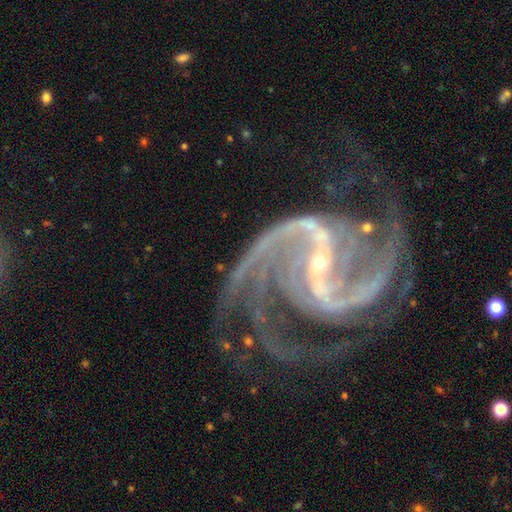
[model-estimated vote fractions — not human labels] Smooth or featured: featured or disk — 94% (star or artifact — 5%)
Edge-on disk: no — 98% (yes — 2%)
Bar: strong — 65% (weak — 24%)
Spiral arms: yes — 99% (no — 1%)
Spiral winding: medium — 52% (loose — 29%)
Spiral arm count: 2 — 54% (3 — 17%)
Bulge size: small — 85% (moderate — 11%)
Merging: none — 54% (major disturbance — 24%)